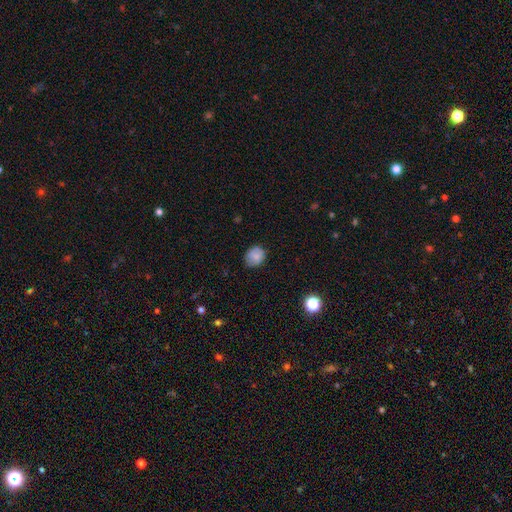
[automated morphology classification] Smooth or featured? smooth (81%)
How rounded? round (68%)
Merging? none (80%)